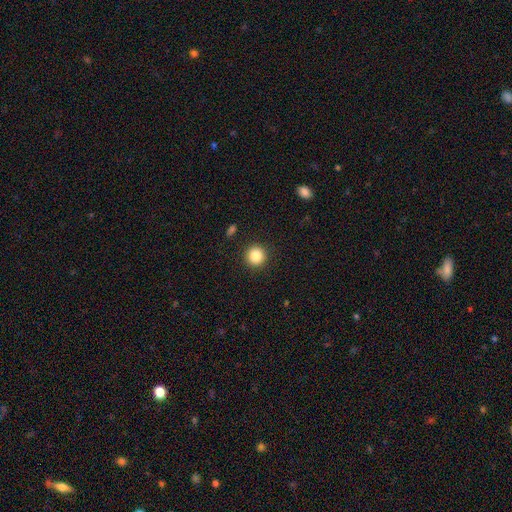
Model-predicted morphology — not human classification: Q: Smooth or featured?
A: smooth (85%); runner-up: star or artifact (10%)
Q: How rounded?
A: round (94%); runner-up: in between (5%)
Q: Merging?
A: none (92%); runner-up: minor disturbance (5%)